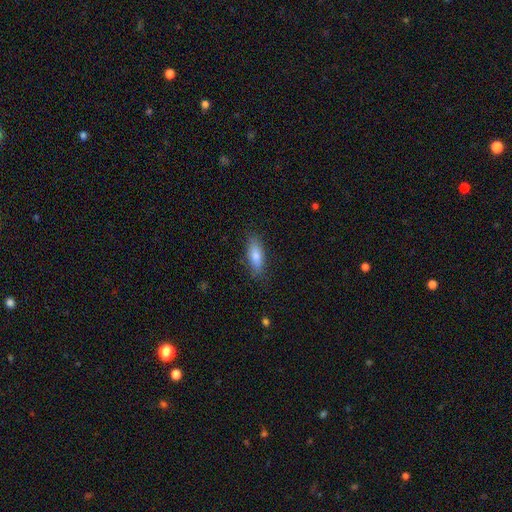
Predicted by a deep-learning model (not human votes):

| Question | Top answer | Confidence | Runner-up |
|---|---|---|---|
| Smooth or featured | smooth | 77% | featured or disk (16%) |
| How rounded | in between | 63% | cigar-shaped (35%) |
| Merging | none | 83% | minor disturbance (13%) |